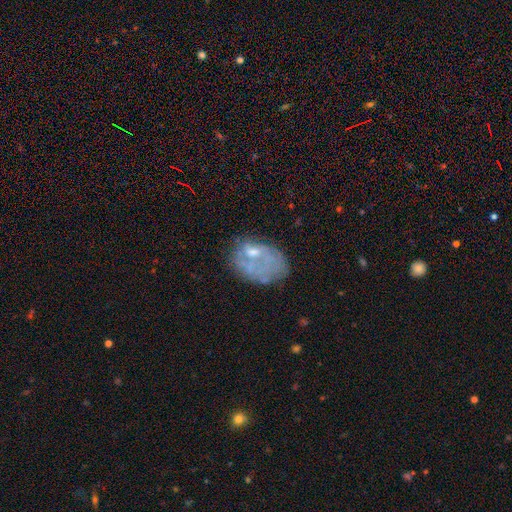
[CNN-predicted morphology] Smooth or featured: featured or disk — 50% (smooth — 38%)
Merging: none — 45% (minor disturbance — 24%)